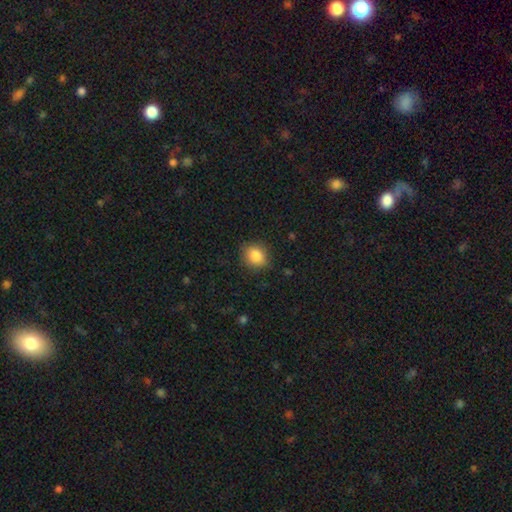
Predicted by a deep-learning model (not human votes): A smooth galaxy with no disk features (86%) that is round (70%).

Vote fractions:
- Smooth or featured? smooth: 86% / star or artifact: 9% / featured or disk: 5%
- How rounded? round: 70% / in between: 29% / cigar-shaped: 1%
- Merging? none: 85% / minor disturbance: 12% / major disturbance: 3% / merger: 1%